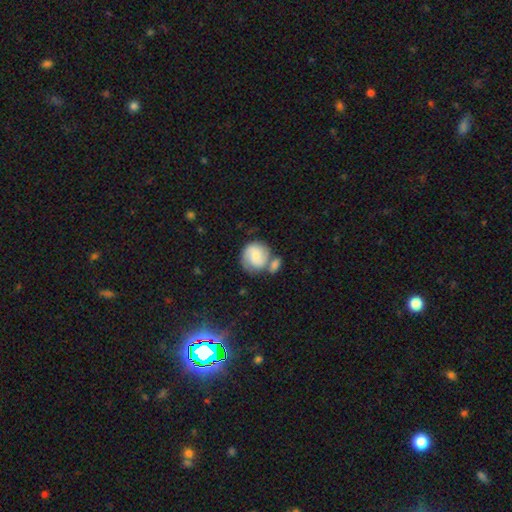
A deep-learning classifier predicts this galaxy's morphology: type=smooth (51%); roundness=round (80%); merging=none (42%).